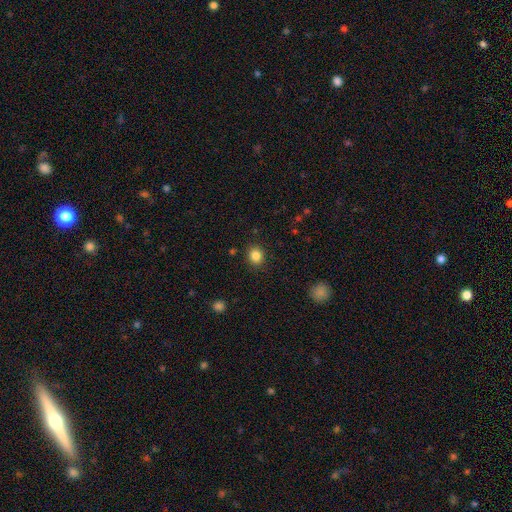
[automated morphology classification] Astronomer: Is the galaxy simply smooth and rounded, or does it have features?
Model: smooth — 85%.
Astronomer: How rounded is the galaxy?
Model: round — 75%.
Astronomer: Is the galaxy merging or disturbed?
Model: none — 89%.